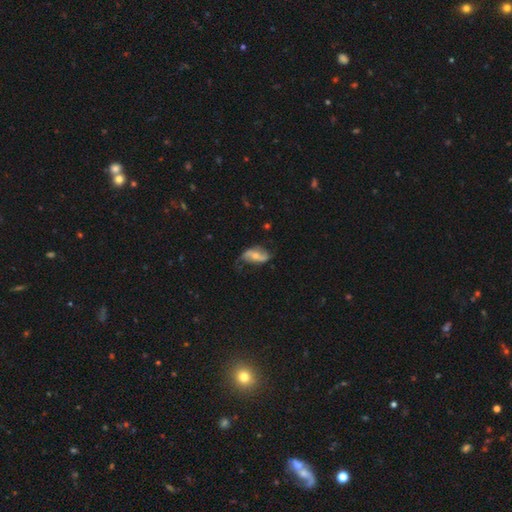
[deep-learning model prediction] This appears to be a featured or disk galaxy (64%) with no bar (45%), spiral arms (82%) and a moderate central bulge (52%). Merging: none (58%).